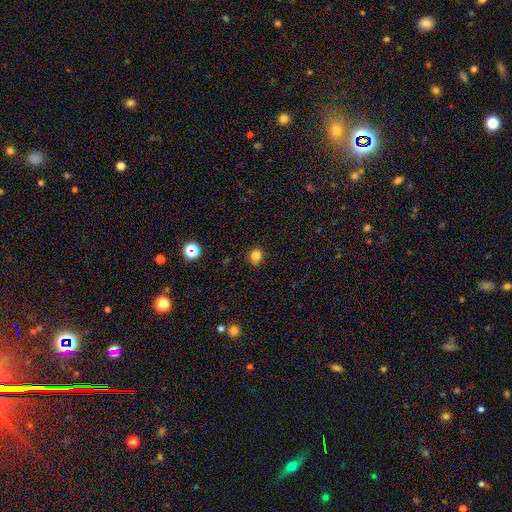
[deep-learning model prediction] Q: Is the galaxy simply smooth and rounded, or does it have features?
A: smooth — 82%.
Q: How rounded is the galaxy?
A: round — 81%.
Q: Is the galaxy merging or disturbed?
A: none — 86%.